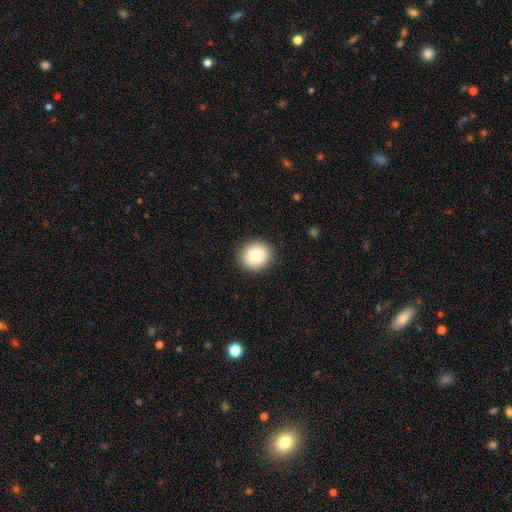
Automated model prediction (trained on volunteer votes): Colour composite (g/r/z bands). It shows a smooth galaxy with no disk features (82%) that is round (89%). Merging: none (90%).